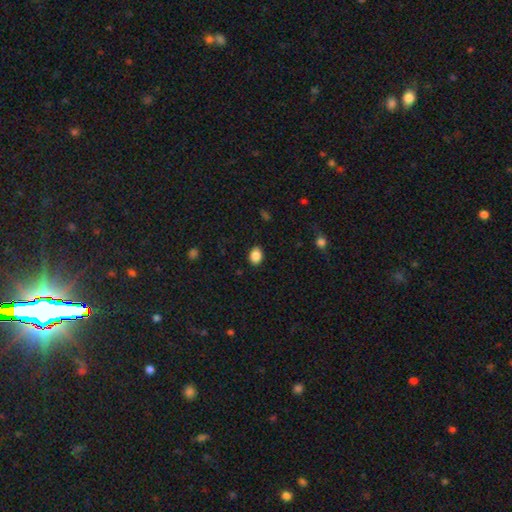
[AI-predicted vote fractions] Overall: smooth (87%). How rounded: in between (69%; round 30%). Merging: none (88%).